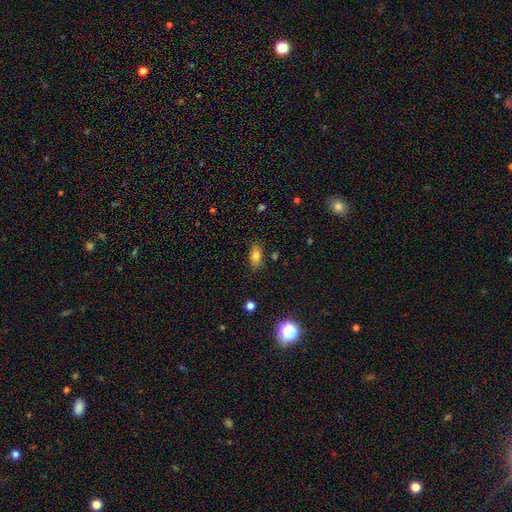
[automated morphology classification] Q: Smooth or featured?
A: smooth (81%); runner-up: star or artifact (11%)
Q: How rounded?
A: in between (87%); runner-up: round (7%)
Q: Merging?
A: none (81%); runner-up: minor disturbance (13%)